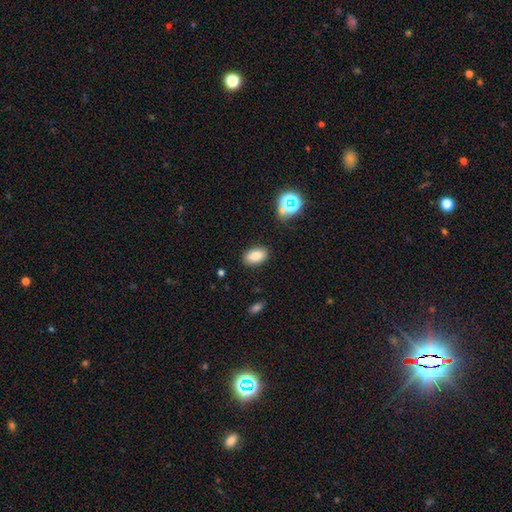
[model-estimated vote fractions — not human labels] Smooth or featured? Predicted: smooth (p=0.83). How rounded? Predicted: in between (p=0.90). Merging? Predicted: none (p=0.86).